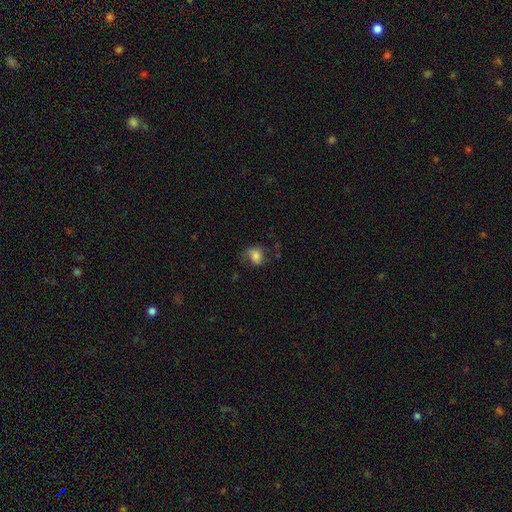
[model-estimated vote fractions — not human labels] A smooth galaxy with no disk features (76%) that is round (51%).

Vote fractions:
- Smooth or featured? smooth: 76% / featured or disk: 14% / star or artifact: 10%
- How rounded? round: 51% / in between: 48% / cigar-shaped: 1%
- Merging? none: 54% / minor disturbance: 28% / major disturbance: 15% / merger: 2%